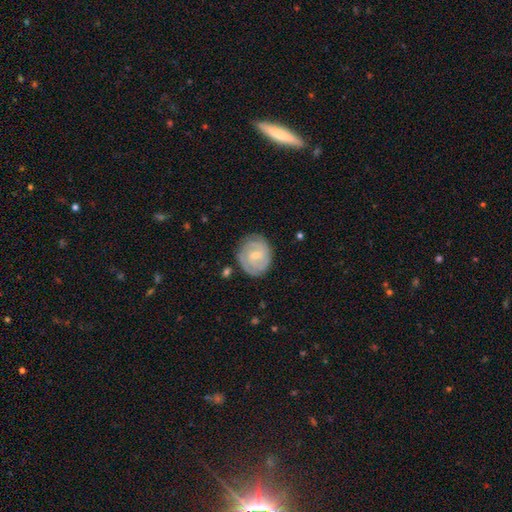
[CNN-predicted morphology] Overall: featured or disk (71%). Edge-on disk: no (98%). Bar: weak (48%; no 44%). Spiral arms: yes (90%). Spiral arm count: 2 (44%; can't tell 28%). Spiral winding: tight (67%; medium 27%). Bulge size: small (67%; moderate 30%). Merging: none (79%).